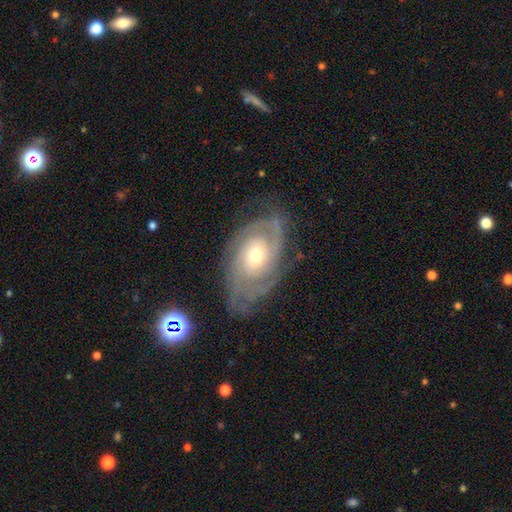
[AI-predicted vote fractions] smooth_or_featured: featured or disk (p=0.85) [alt: smooth p=0.09]
disk_edge_on: no (p=0.95) [alt: yes p=0.05]
bar: no (p=0.75) [alt: weak p=0.20]
has_spiral_arms: yes (p=0.95) [alt: no p=0.05]
spiral_winding: tight (p=0.64) [alt: medium p=0.28]
spiral_arm_count: 2 (p=0.43) [alt: can't tell p=0.25]
bulge_size: moderate (p=0.60) [alt: small p=0.33]
merging: none (p=0.71) [alt: minor disturbance p=0.18]